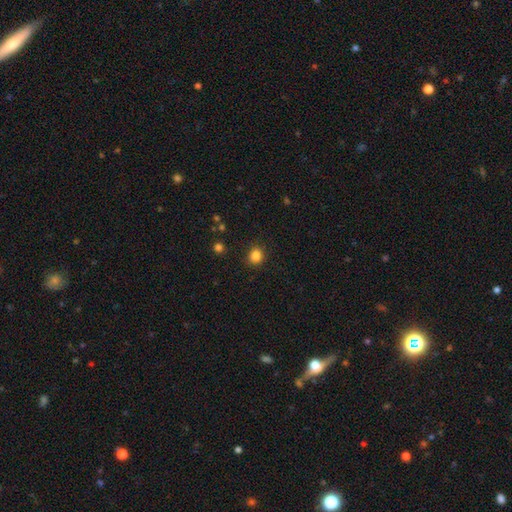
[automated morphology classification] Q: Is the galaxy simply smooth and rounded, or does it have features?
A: smooth — 85%.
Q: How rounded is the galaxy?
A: round — 77%.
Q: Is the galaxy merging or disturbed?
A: none — 89%.